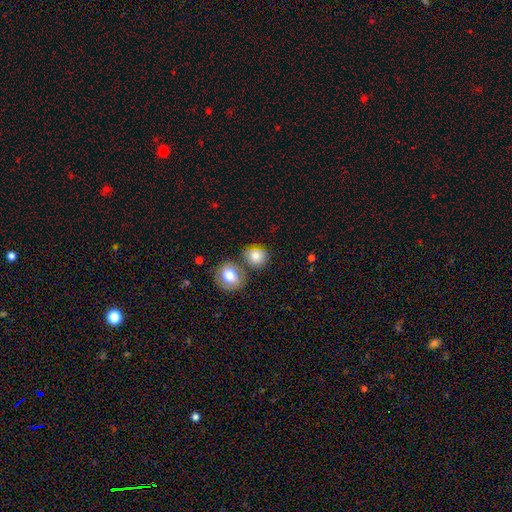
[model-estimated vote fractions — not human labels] Smooth or featured? Predicted: smooth (p=0.76). How rounded? Predicted: round (p=0.81). Merging? Predicted: none (p=0.61).